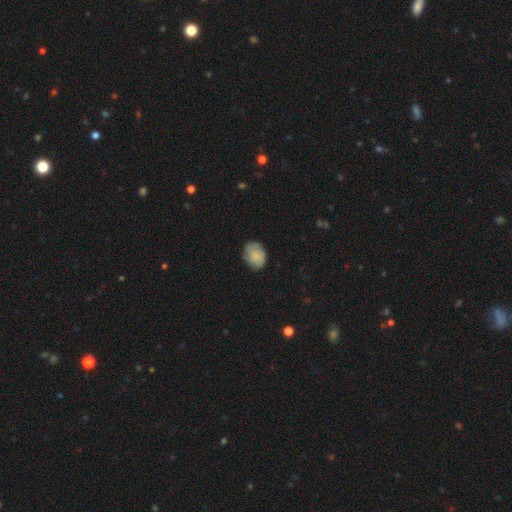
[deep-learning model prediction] Morphology: type=smooth (73%); roundness=in between (55%); merging=none (69%).